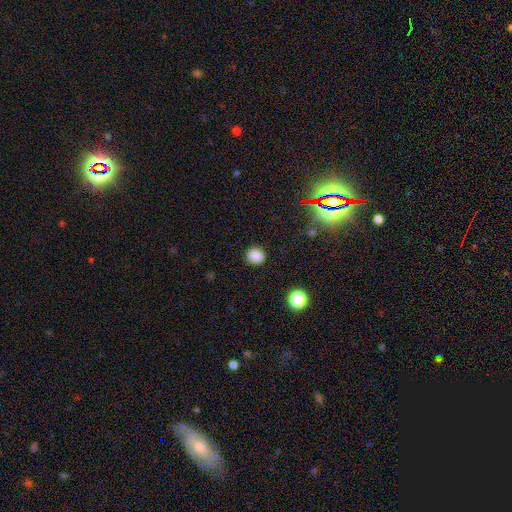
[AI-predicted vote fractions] Smooth or featured: smooth — 83% (star or artifact — 13%)
How rounded: round — 76% (in between — 23%)
Merging: none — 85% (minor disturbance — 10%)